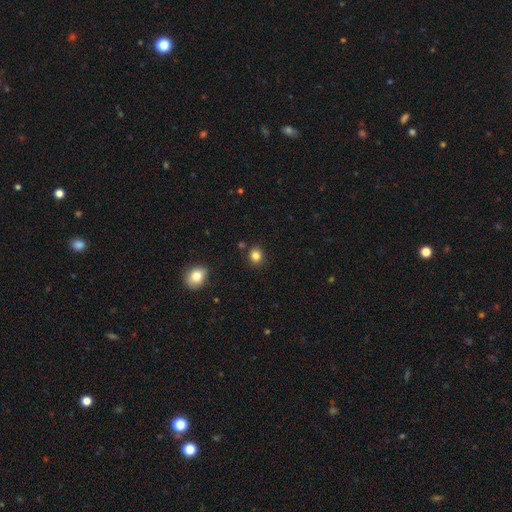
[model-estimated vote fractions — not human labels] Smooth or featured: smooth — 84% (star or artifact — 11%)
How rounded: round — 81% (in between — 18%)
Merging: none — 88% (minor disturbance — 7%)